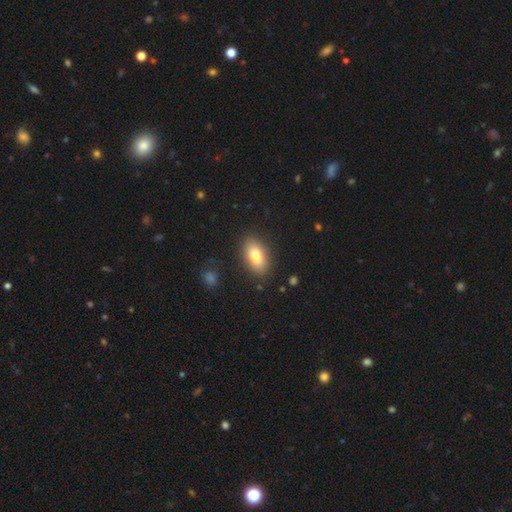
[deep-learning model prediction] Smooth or featured?
  - smooth: 80% *
  - featured or disk: 12%
  - star or artifact: 8%
How rounded?
  - in between: 90% *
  - round: 6%
  - cigar-shaped: 4%
Merging?
  - none: 86% *
  - minor disturbance: 9%
  - major disturbance: 3%
  - merger: 1%